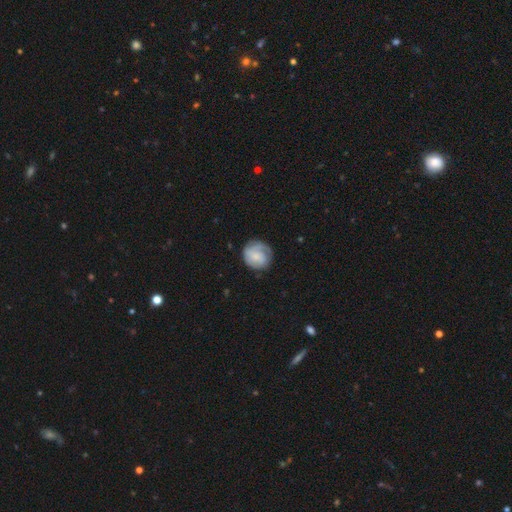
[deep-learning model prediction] This appears to be a featured or disk galaxy (51%). Merging: none (69%).